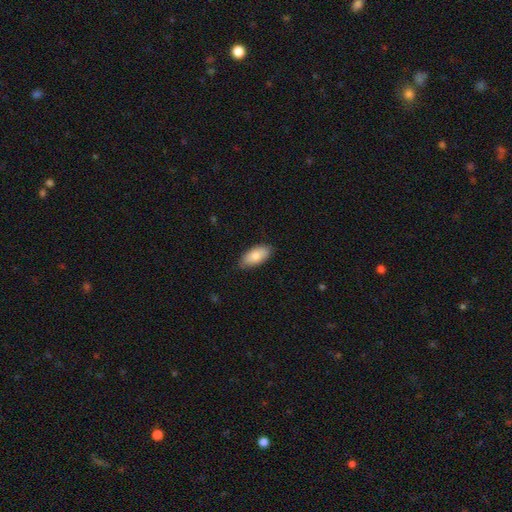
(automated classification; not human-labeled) Smooth or featured? Predicted: smooth (p=0.80). How rounded? Predicted: in between (p=0.92). Merging? Predicted: none (p=0.82).